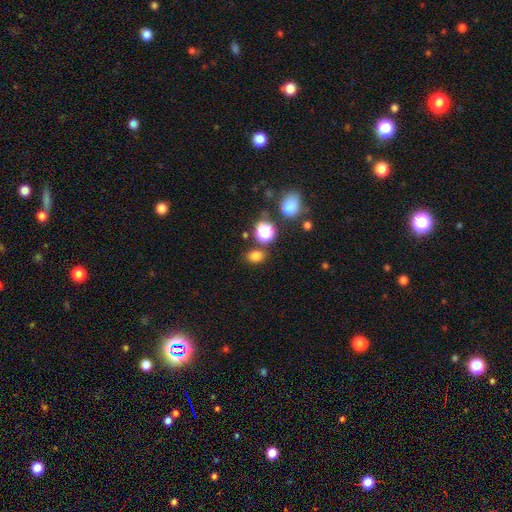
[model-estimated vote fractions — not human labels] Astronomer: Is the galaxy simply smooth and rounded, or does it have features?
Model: smooth — 76%.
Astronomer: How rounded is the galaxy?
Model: in between — 55% (runner-up: round, 44%).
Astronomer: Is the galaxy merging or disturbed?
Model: none — 78%.